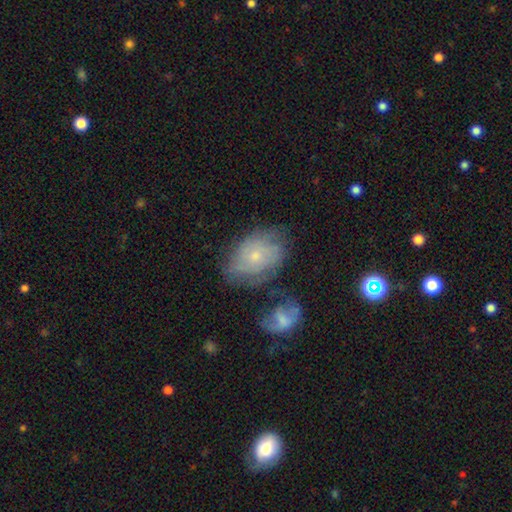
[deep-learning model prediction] smooth-or-featured: featured or disk: 52% | smooth: 38% | star or artifact: 9%
  disk-edge-on: no: 95% | yes: 5%
  merging: none: 56% | minor disturbance: 24% | major disturbance: 12% | merger: 8%